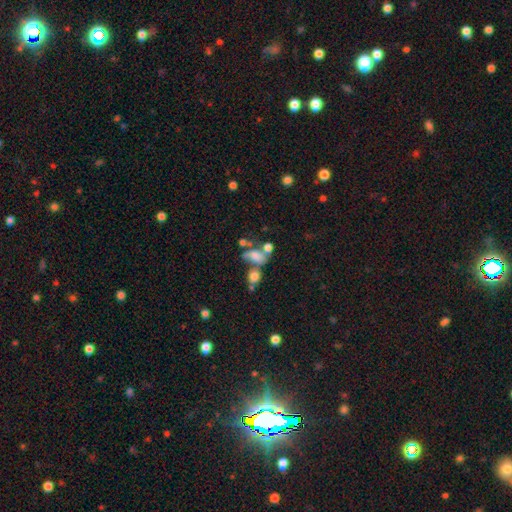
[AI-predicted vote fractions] This appears to be a smooth galaxy with no disk features (56%) that is in between round and cigar-shaped (72%). Merging: merger (45%).